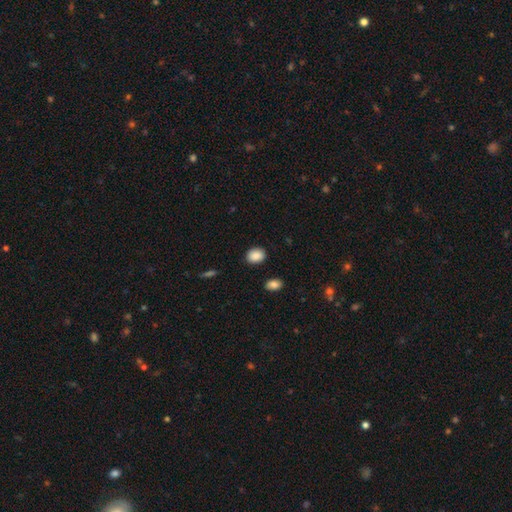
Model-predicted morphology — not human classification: Smooth or featured: smooth — 89% (star or artifact — 8%)
How rounded: in between — 60% (round — 39%)
Merging: none — 87% (minor disturbance — 9%)